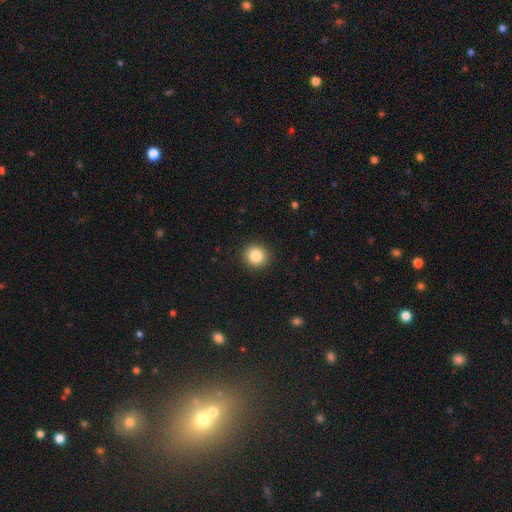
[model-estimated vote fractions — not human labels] Smooth or featured: smooth — 86% (star or artifact — 10%)
How rounded: round — 90% (in between — 9%)
Merging: none — 92% (minor disturbance — 5%)